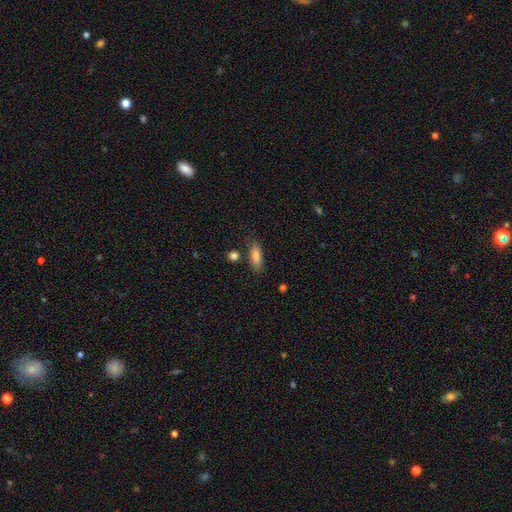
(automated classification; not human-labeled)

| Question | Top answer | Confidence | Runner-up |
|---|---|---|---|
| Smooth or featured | smooth | 82% | featured or disk (10%) |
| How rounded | in between | 65% | cigar-shaped (32%) |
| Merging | none | 77% | minor disturbance (15%) |